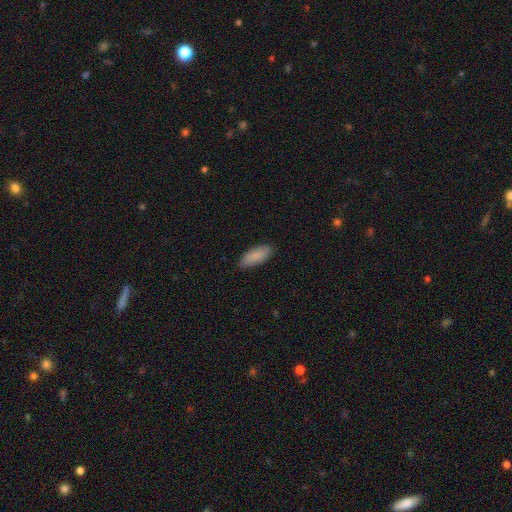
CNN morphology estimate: Overall: smooth (86%). How rounded: in between (81%). Merging: none (83%).